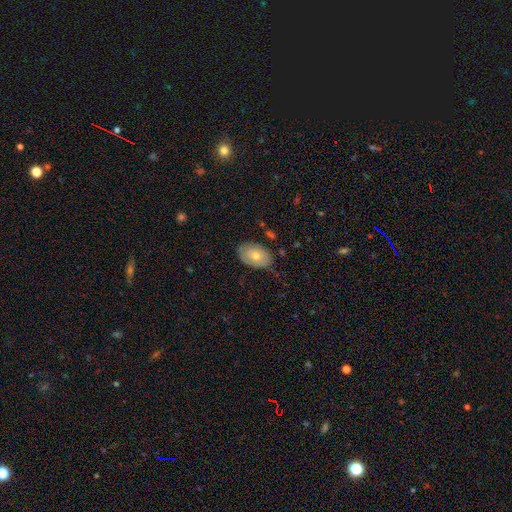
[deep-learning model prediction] Smooth or featured? smooth (60%)
How rounded? in between (87%)
Merging? none (78%)